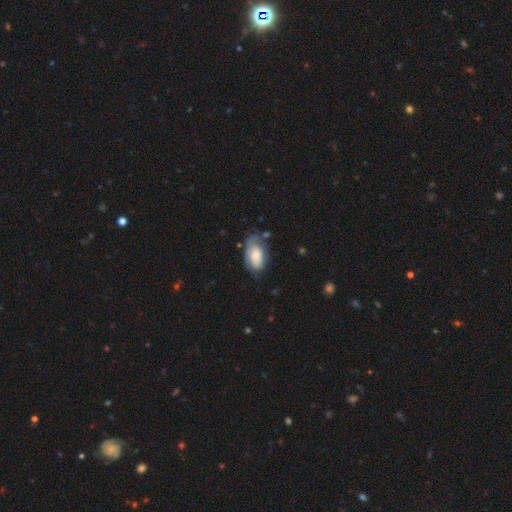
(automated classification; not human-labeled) Morphology: type=smooth (67%); roundness=in between (93%); merging=none (51%).